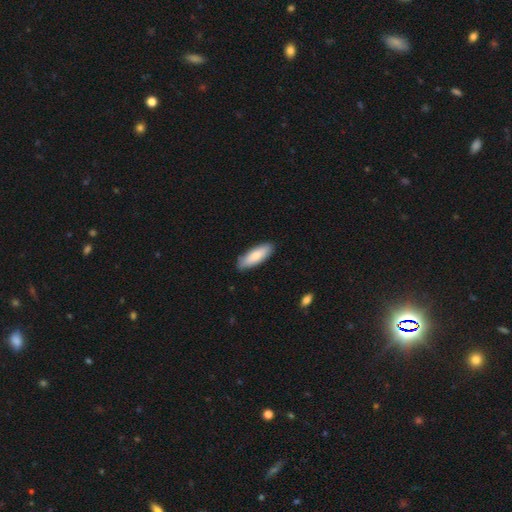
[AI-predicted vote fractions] Smooth or featured? smooth (82%)
How rounded? in between (62%)
Merging? none (87%)